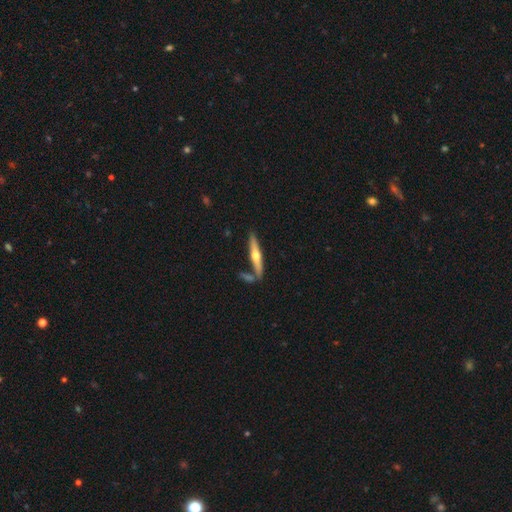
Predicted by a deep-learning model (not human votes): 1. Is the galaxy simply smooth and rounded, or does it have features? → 63% featured or disk, 32% smooth, 5% star or artifact.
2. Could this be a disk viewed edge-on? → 96% yes, 4% no.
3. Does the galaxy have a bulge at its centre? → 94% rounded, 4% none, 2% boxy.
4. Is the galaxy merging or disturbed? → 75% none, 12% merger, 10% minor disturbance, 3% major disturbance.